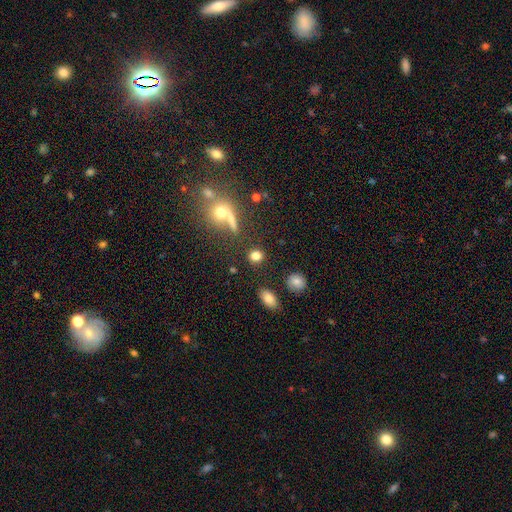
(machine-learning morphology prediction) type=smooth (81%); roundness=round (75%); merging=none (84%).